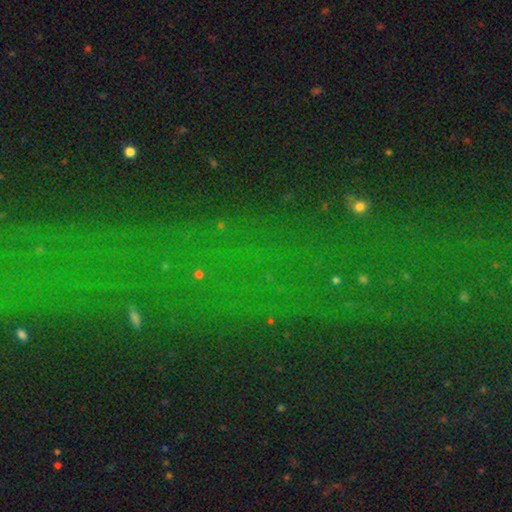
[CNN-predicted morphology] Smooth or featured?
  - star or artifact: 73% *
  - smooth: 14%
  - featured or disk: 13%